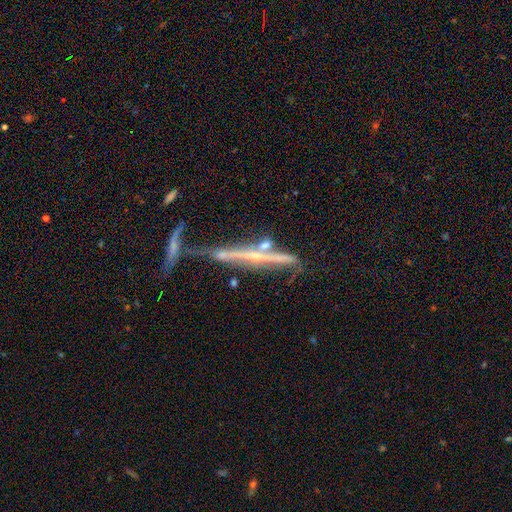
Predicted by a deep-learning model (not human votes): Smooth or featured: featured or disk — 74% (smooth — 15%)
Edge-on disk: yes — 90% (no — 10%)
Edge-on bulge: none — 51% (rounded — 40%)
Merging: none — 40% (merger — 34%)